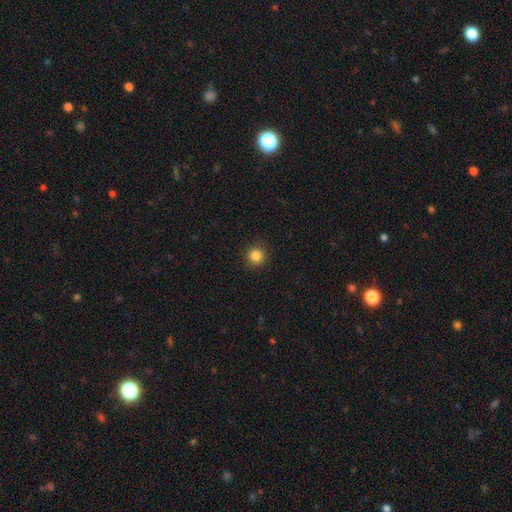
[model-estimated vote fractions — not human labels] Overall: smooth (85%). How rounded: round (94%). Merging: none (90%).